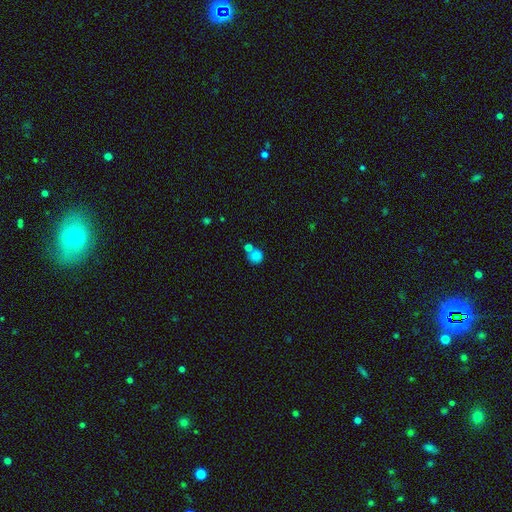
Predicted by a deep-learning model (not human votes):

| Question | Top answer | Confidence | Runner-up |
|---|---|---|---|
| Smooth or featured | smooth | 82% | star or artifact (11%) |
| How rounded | round | 89% | in between (10%) |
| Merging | none | 55% | merger (31%) |